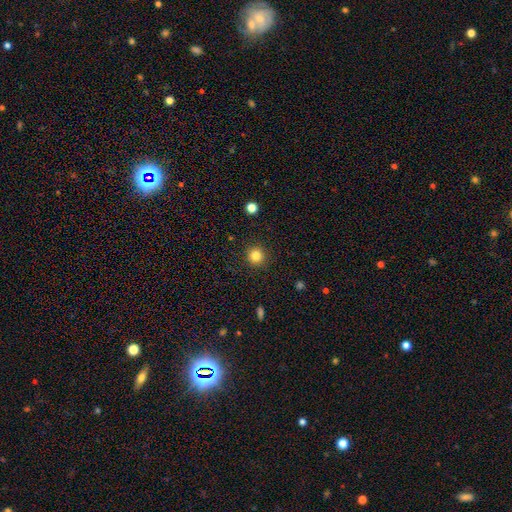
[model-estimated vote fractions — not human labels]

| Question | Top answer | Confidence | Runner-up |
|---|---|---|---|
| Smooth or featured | smooth | 82% | star or artifact (12%) |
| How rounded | round | 95% | in between (5%) |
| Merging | none | 92% | minor disturbance (5%) |